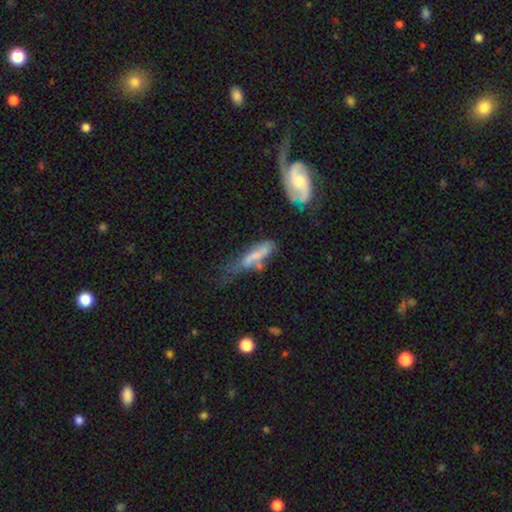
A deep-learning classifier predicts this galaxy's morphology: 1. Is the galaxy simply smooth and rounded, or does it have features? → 48% smooth, 43% featured or disk, 9% star or artifact.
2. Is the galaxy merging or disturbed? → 29% major disturbance (tied), 29% minor disturbance (tied), 25% none, 17% merger.